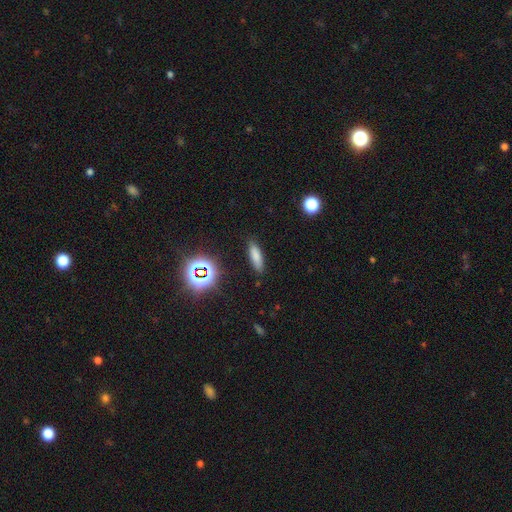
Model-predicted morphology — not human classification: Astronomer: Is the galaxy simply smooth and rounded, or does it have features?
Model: smooth — 73%.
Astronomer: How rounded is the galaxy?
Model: cigar-shaped — 56% (runner-up: in between, 40%).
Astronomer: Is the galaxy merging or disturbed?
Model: none — 87%.